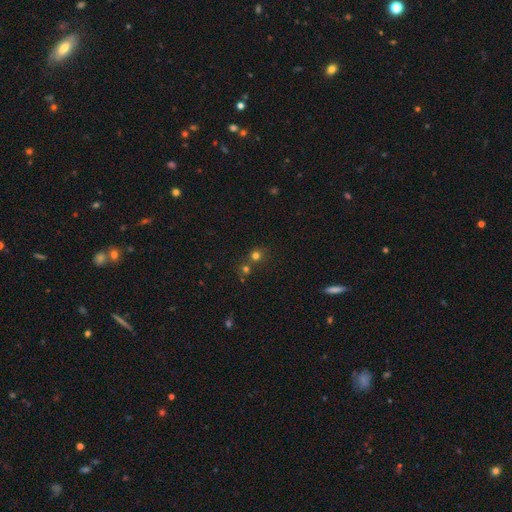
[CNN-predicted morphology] Smooth or featured: smooth — 67% (star or artifact — 25%)
How rounded: round — 87% (in between — 12%)
Merging: none — 60% (merger — 30%)